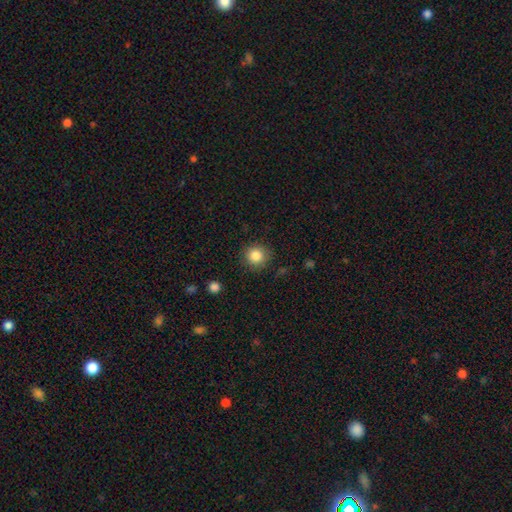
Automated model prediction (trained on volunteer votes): A smooth galaxy with no disk features (85%) that is round (92%). Merging: none (87%).